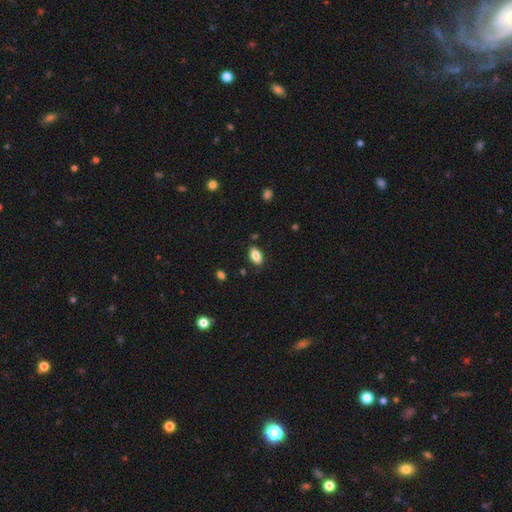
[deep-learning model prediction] Smooth or featured? Predicted: smooth (p=0.85). How rounded? Predicted: in between (p=0.90). Merging? Predicted: none (p=0.84).